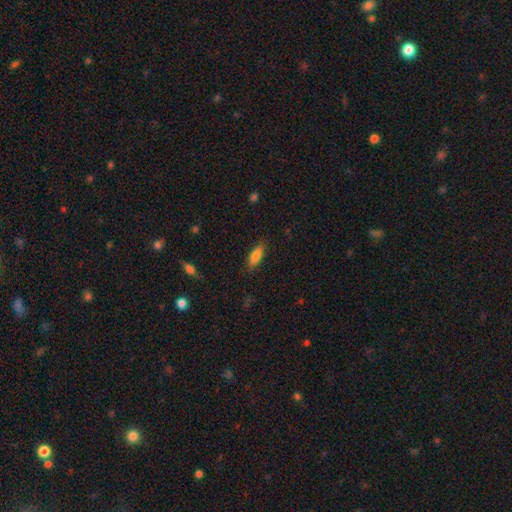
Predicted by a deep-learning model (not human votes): A smooth galaxy with no disk features (82%) that is in between round and cigar-shaped (65%). Merging: none (84%).